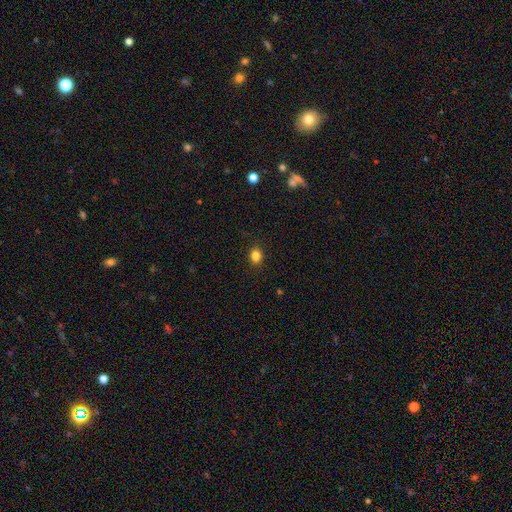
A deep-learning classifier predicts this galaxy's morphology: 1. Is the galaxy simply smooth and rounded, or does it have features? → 84% smooth, 12% star or artifact, 5% featured or disk.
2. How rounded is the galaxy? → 60% round, 40% in between, 1% cigar-shaped.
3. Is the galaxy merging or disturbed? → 90% none, 7% minor disturbance, 2% major disturbance, 1% merger.